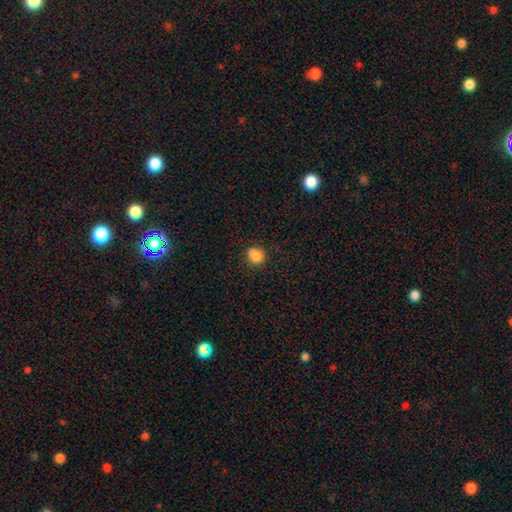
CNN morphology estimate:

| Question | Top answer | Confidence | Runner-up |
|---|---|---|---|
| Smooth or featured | smooth | 85% | star or artifact (10%) |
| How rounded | round | 81% | in between (18%) |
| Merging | none | 74% | minor disturbance (19%) |